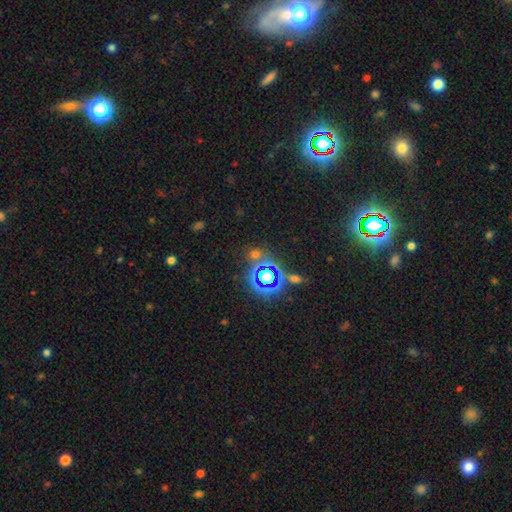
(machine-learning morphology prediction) Smooth or featured? star or artifact (72%)